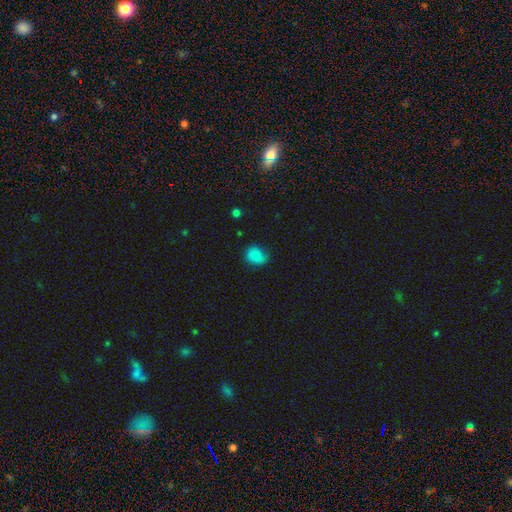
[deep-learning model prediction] Q: Smooth or featured?
A: smooth (84%); runner-up: star or artifact (11%)
Q: How rounded?
A: in between (56%); runner-up: round (43%)
Q: Merging?
A: none (67%); runner-up: minor disturbance (26%)